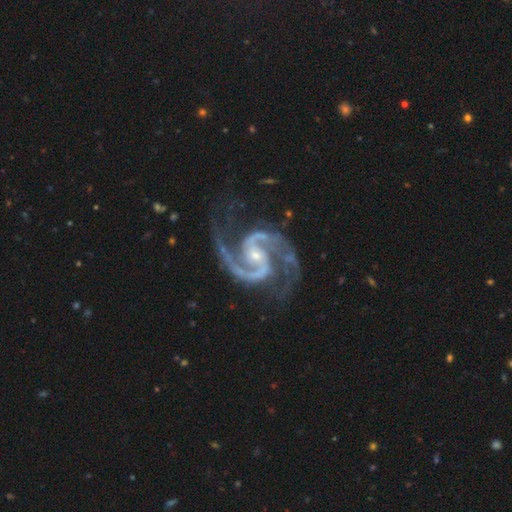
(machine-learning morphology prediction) smooth-or-featured: featured or disk: 95% | star or artifact: 4% | smooth: 2%
  disk-edge-on: no: 98% | yes: 2%
    bar: no: 44% | weak: 39% | strong: 18%
    has-spiral-arms: yes: 99% | no: 1%
      spiral-winding: medium: 70% | tight: 18% | loose: 12%
      spiral-arm-count: 2: 92% | 3: 3% | can't tell: 1% | 1: 1% | 4: 1% | more than 4: 1%
    bulge-size: small: 68% | moderate: 28% | none: 2% | large: 1% | dominant: 1%
  merging: none: 70% | minor disturbance: 18% | major disturbance: 10% | merger: 2%